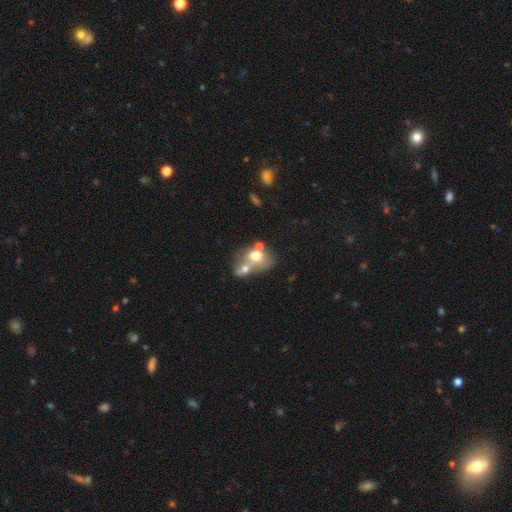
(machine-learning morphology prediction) This is likely a smooth galaxy (60%). How rounded: possibly in between (53%). Merging: likely merger (69%).